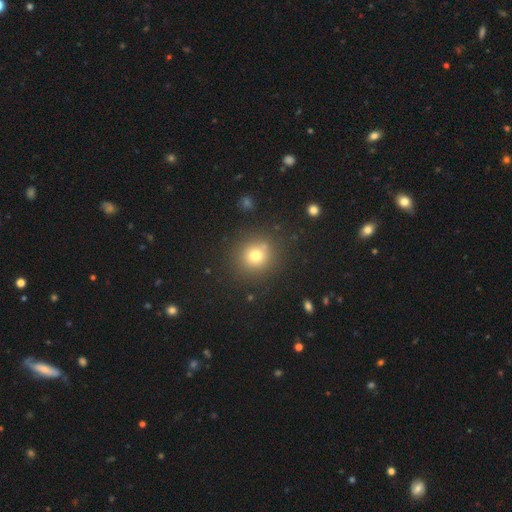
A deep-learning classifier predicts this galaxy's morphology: smooth 75%, star or artifact 16%, featured or disk 10%. Down the decision tree: how rounded — round (89%); merging — none (84%).